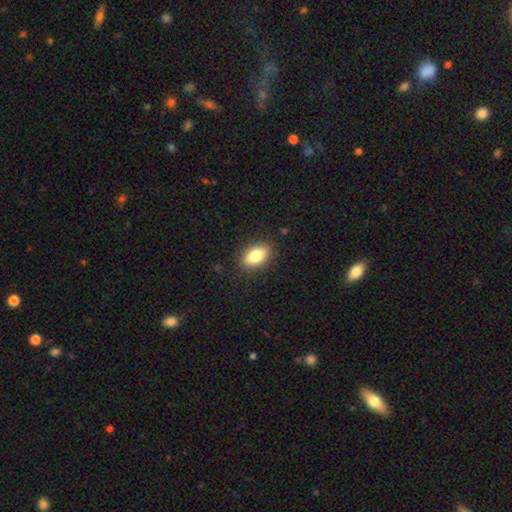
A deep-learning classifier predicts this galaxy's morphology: smooth 80%, featured or disk 12%, star or artifact 8%. Down the decision tree: how rounded — in between (85%); merging — none (86%).